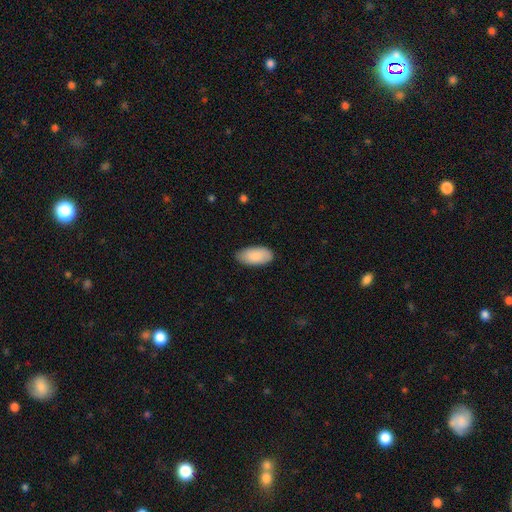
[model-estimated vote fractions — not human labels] Smooth or featured: smooth — 87% (featured or disk — 7%)
How rounded: in between — 95% (cigar-shaped — 3%)
Merging: none — 79% (minor disturbance — 17%)